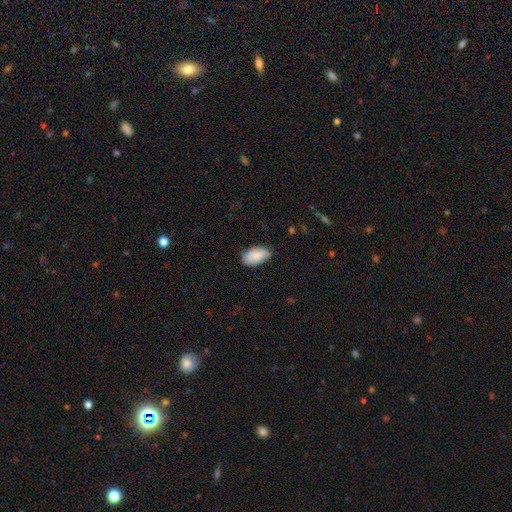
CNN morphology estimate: smooth 83%, featured or disk 10%, star or artifact 6%. Down the decision tree: how rounded — in between (94%); merging — none (72%).